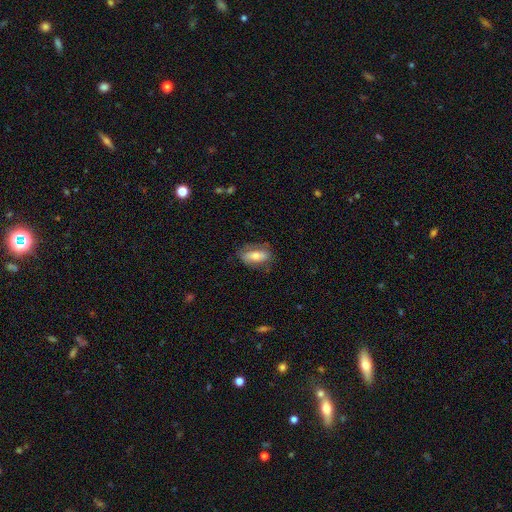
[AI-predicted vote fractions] This appears to be a smooth galaxy with no disk features (65%) that is in between round and cigar-shaped (83%). Merging: none (71%).